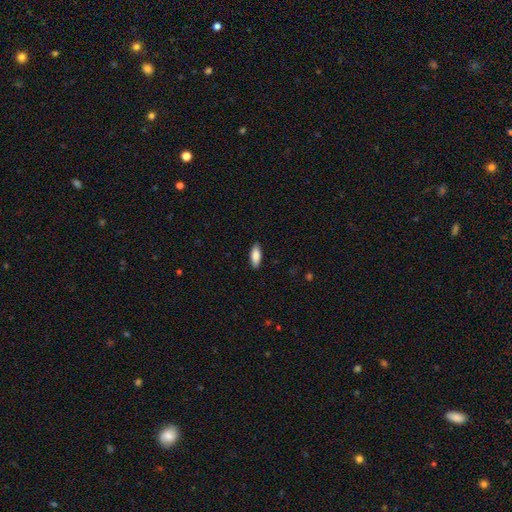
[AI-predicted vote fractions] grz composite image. It shows a smooth galaxy with no disk features (86%) that is in between round and cigar-shaped (79%). Merging: none (88%).